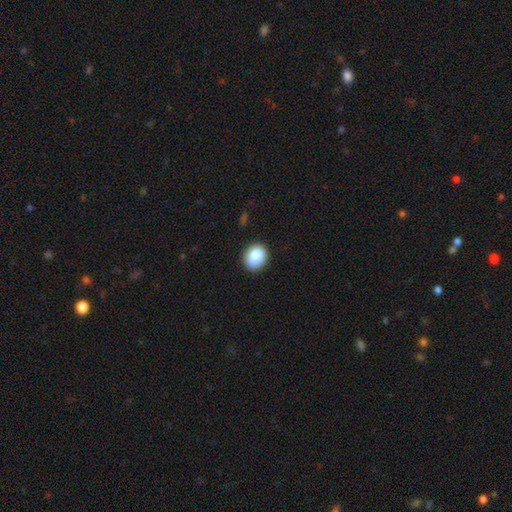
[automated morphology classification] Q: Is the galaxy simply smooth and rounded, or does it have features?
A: smooth — 86%.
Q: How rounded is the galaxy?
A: round — 56%.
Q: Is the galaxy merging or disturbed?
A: none — 87%.